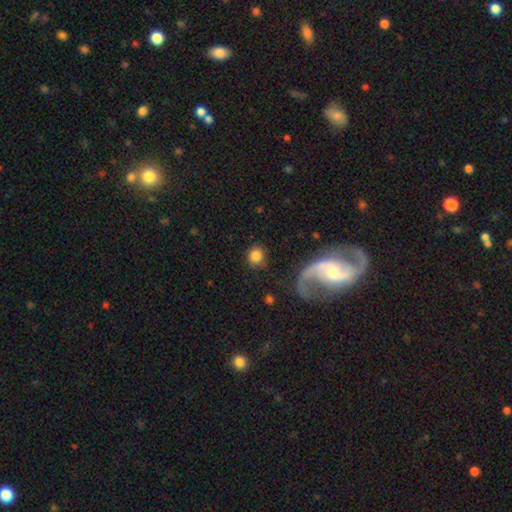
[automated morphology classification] A smooth galaxy with no disk features (81%) that is round (85%).

Vote fractions:
- Smooth or featured? smooth: 81% / featured or disk: 10% / star or artifact: 10%
- How rounded? round: 85% / in between: 14% / cigar-shaped: 1%
- Merging? none: 80% / minor disturbance: 11% / major disturbance: 6% / merger: 3%